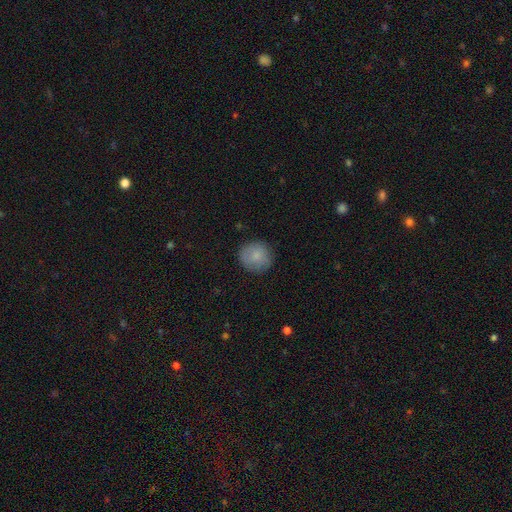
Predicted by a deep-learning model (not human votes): Overall: smooth (83%). How rounded: round (92%). Merging: none (86%).